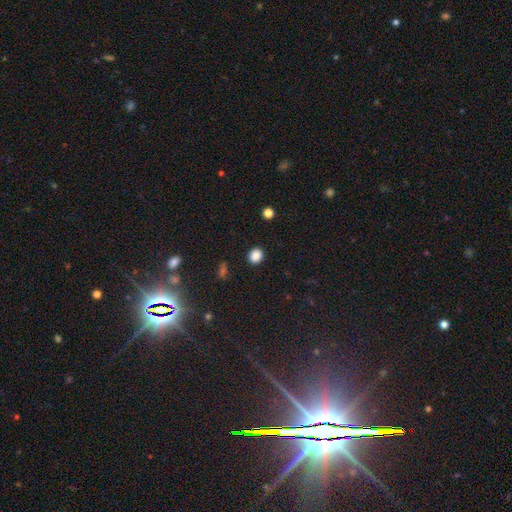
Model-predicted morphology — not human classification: Overall: smooth (86%). How rounded: round (72%). Merging: none (90%).